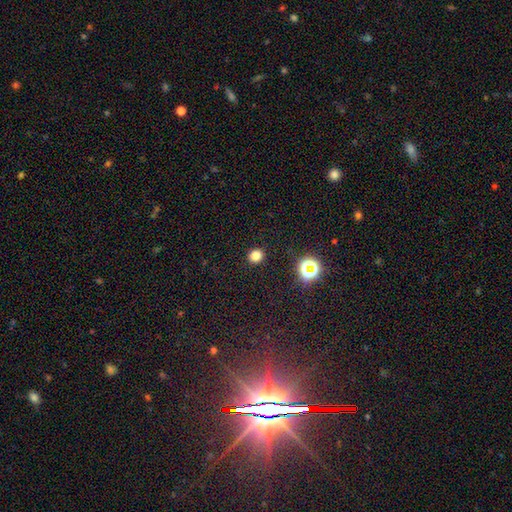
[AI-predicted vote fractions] Smooth or featured?
  - smooth: 78% *
  - star or artifact: 17%
  - featured or disk: 4%
How rounded?
  - round: 82% *
  - in between: 17%
  - cigar-shaped: 1%
Merging?
  - none: 91% *
  - minor disturbance: 6%
  - major disturbance: 2%
  - merger: 1%